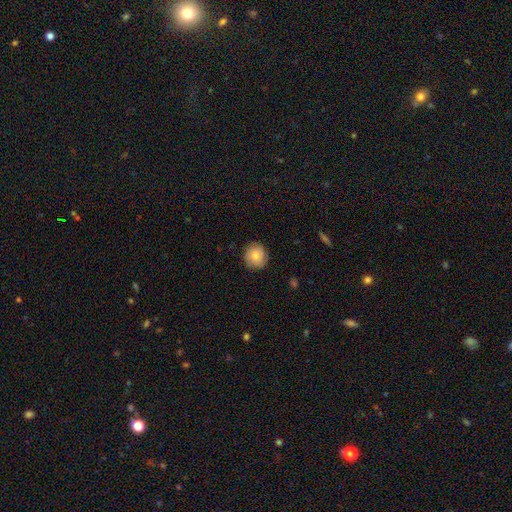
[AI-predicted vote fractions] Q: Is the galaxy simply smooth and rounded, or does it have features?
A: smooth — 75%.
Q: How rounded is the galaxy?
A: round — 90%.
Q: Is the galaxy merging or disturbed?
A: none — 86%.